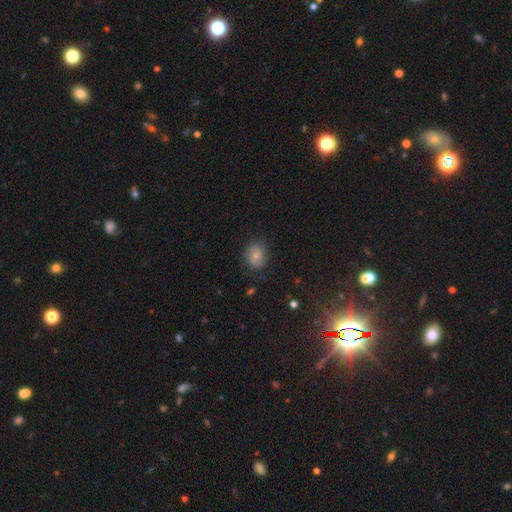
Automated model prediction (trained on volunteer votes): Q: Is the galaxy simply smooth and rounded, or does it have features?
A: smooth — 72%.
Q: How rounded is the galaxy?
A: round — 54%.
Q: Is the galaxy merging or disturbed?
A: none — 76%.